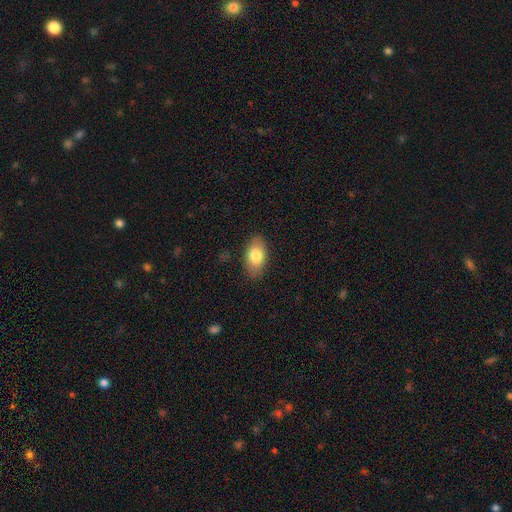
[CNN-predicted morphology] Smooth or featured? Predicted: smooth (p=0.80). How rounded? Predicted: in between (p=0.92). Merging? Predicted: none (p=0.86).